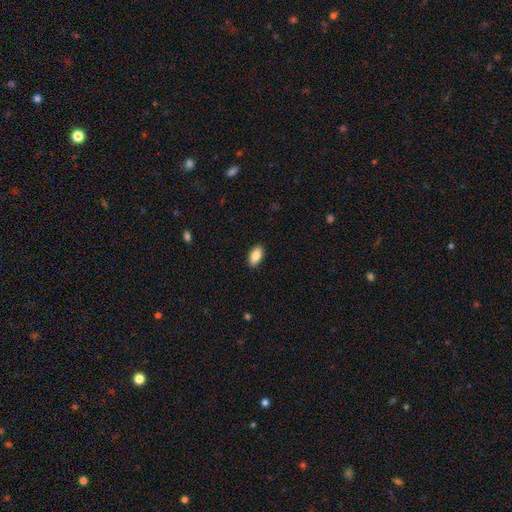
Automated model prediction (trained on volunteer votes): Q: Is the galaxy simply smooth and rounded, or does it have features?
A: smooth — 86%.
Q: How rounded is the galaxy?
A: in between — 93%.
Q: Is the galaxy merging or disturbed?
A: none — 90%.